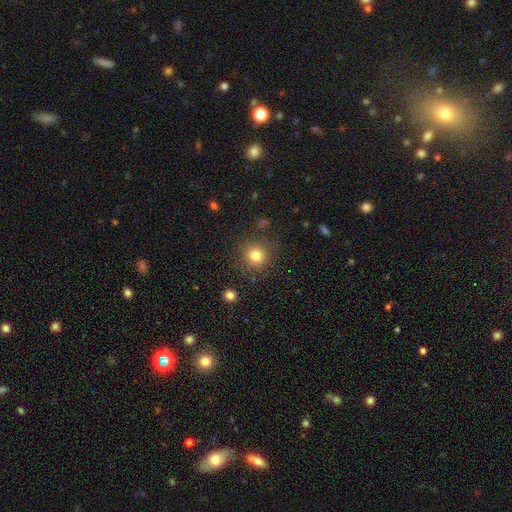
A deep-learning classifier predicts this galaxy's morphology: type=smooth (80%); roundness=round (92%); merging=none (85%).